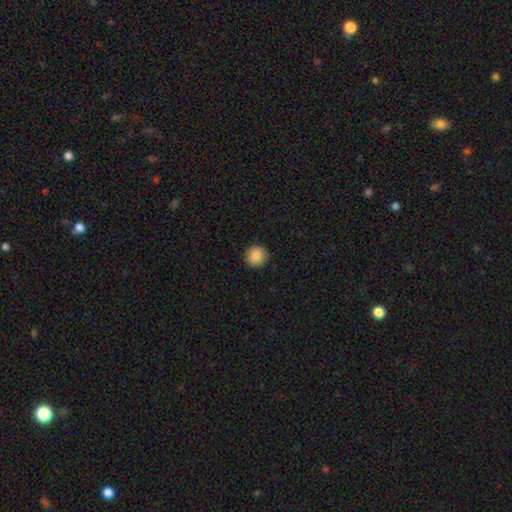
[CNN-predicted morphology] smooth-or-featured: smooth: 88% | star or artifact: 8% | featured or disk: 4%
  how-rounded: round: 94% | in between: 5% | cigar-shaped: 1%
  merging: none: 92% | minor disturbance: 6% | major disturbance: 2% | merger: 1%